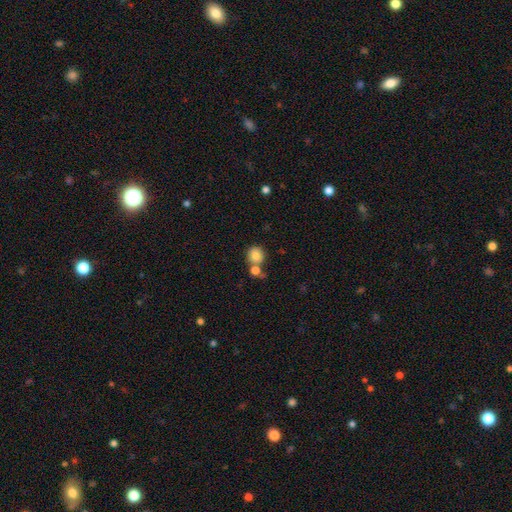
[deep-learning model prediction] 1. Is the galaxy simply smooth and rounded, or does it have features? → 82% smooth, 10% star or artifact, 8% featured or disk.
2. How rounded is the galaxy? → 88% round, 11% in between, 1% cigar-shaped.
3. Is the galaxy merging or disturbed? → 61% none, 27% merger, 9% minor disturbance, 3% major disturbance.